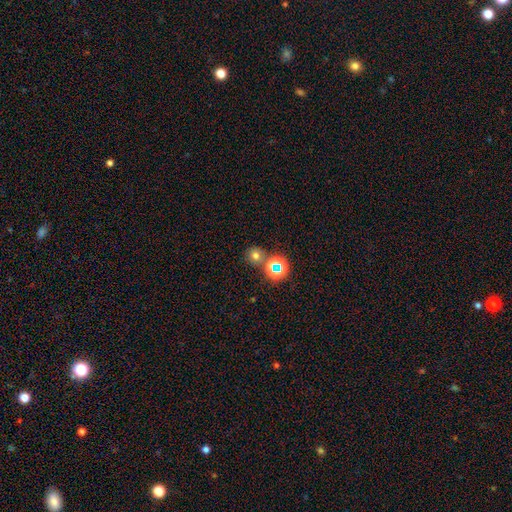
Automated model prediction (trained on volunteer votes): Smooth or featured? Predicted: smooth (p=0.65). How rounded? Predicted: round (p=0.88). Merging? Predicted: none (p=0.72).